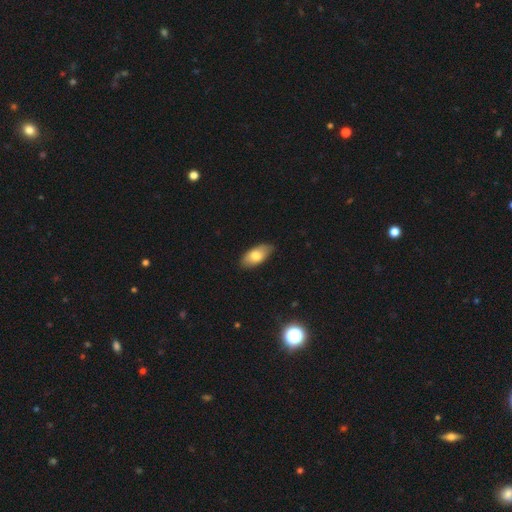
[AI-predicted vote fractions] Smooth or featured? smooth (76%)
How rounded? in between (92%)
Merging? none (81%)